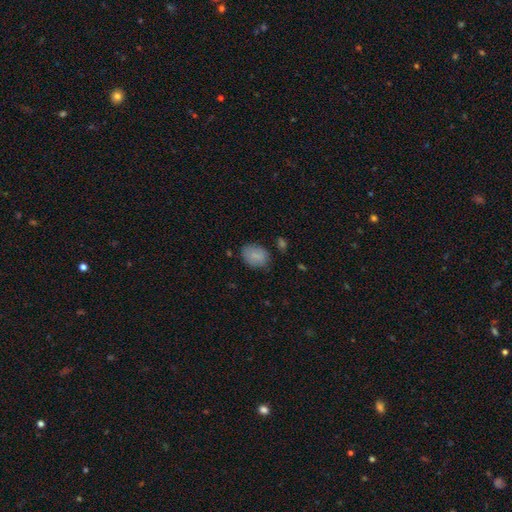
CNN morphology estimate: Smooth or featured? smooth (82%)
How rounded? in between (72%)
Merging? none (74%)